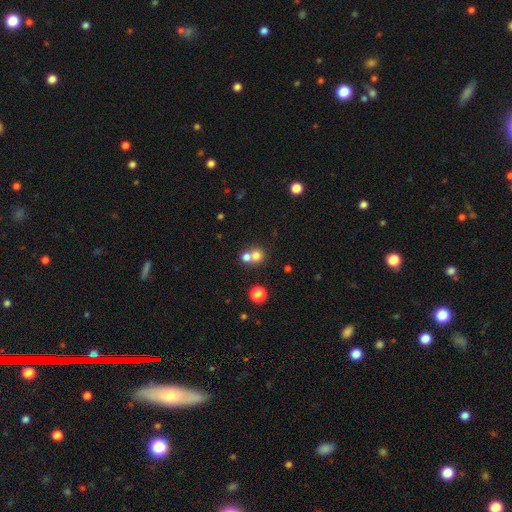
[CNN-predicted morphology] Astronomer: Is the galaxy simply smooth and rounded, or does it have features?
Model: smooth — 74%.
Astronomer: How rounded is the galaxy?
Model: round — 86%.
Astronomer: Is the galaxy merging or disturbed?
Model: merger — 49% (runner-up: none, 43%).